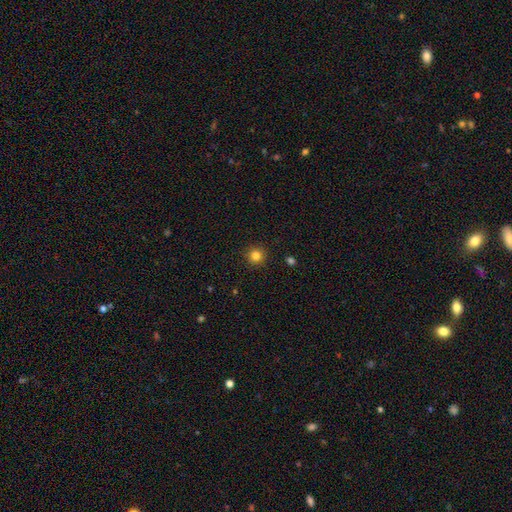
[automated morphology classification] type=smooth (82%); roundness=round (94%); merging=none (91%).